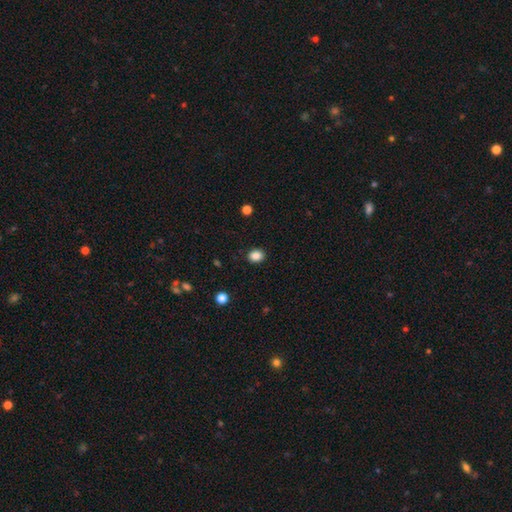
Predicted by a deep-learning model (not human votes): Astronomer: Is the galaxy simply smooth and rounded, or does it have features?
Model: smooth — 86%.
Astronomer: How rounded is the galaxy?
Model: round — 55% (runner-up: in between, 44%).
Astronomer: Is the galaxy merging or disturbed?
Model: none — 90%.